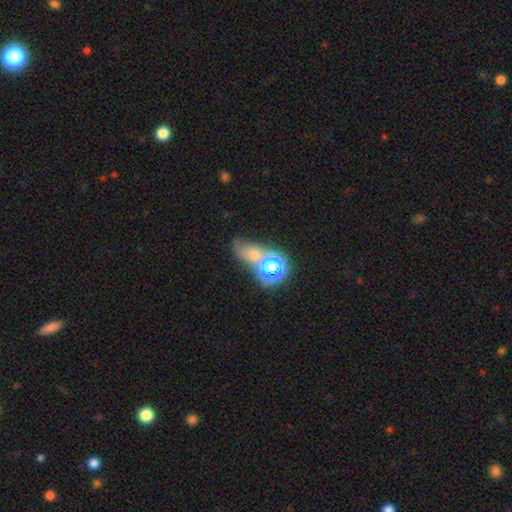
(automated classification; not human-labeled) A smooth galaxy with no disk features (53%) that is round (51%).

Vote fractions:
- Smooth or featured? smooth: 53% / star or artifact: 27% / featured or disk: 19%
- How rounded? round: 51% / in between: 45% / cigar-shaped: 3%
- Merging? merger: 47% / none: 29% / major disturbance: 13% / minor disturbance: 11%